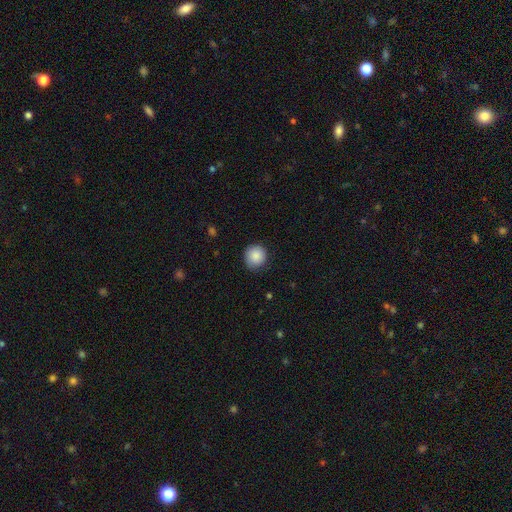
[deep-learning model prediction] Smooth or featured: smooth — 87% (star or artifact — 8%)
How rounded: round — 92% (in between — 7%)
Merging: none — 82% (minor disturbance — 14%)